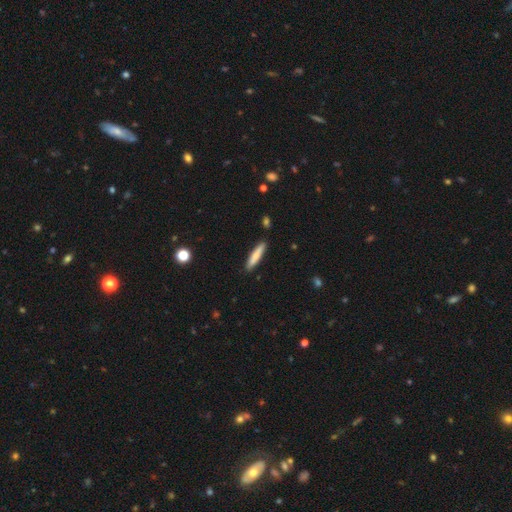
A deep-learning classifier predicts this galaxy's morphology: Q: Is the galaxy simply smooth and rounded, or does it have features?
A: smooth — 74%.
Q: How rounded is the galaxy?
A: cigar-shaped — 88%.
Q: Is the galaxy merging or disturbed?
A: none — 88%.